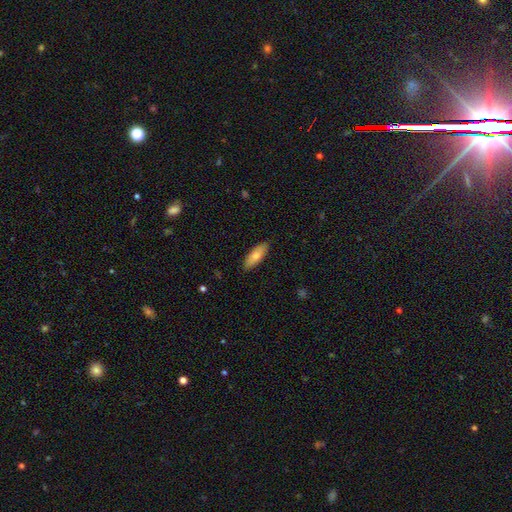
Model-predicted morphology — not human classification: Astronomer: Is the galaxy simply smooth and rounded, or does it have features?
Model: smooth — 74%.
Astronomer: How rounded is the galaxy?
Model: in between — 61%.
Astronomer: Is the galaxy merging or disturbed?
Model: none — 88%.